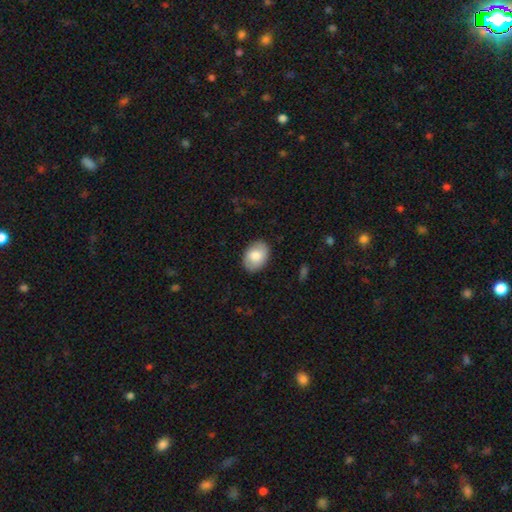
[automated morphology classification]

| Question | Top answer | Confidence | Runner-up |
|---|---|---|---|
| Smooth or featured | smooth | 79% | featured or disk (15%) |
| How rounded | in between | 82% | round (17%) |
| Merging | none | 87% | minor disturbance (10%) |